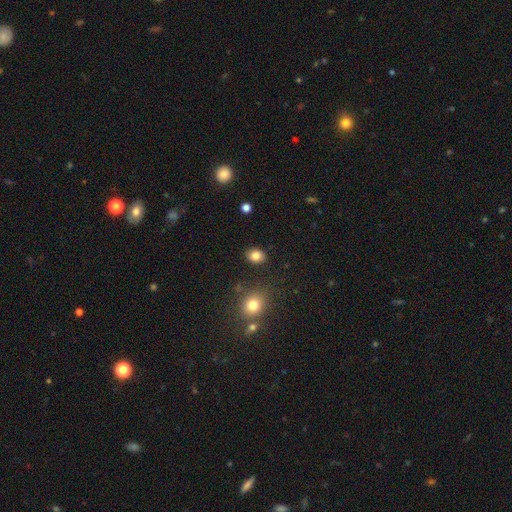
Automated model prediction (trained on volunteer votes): Morphology: type=smooth (83%); roundness=in between (56%); merging=none (85%).